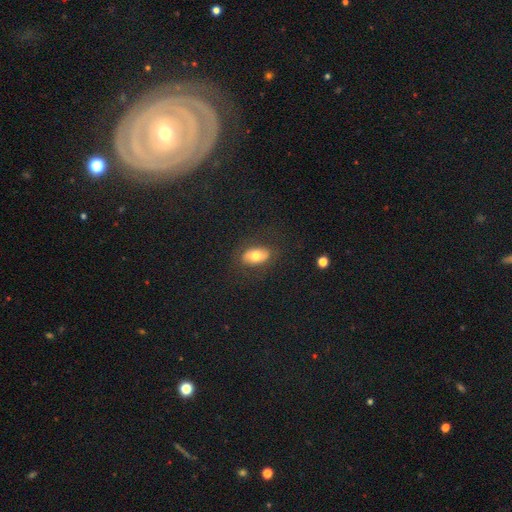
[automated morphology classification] A smooth galaxy with no disk features (64%) that is in between round and cigar-shaped (88%).

Vote fractions:
- Smooth or featured? smooth: 64% / featured or disk: 28% / star or artifact: 8%
- How rounded? in between: 88% / round: 9% / cigar-shaped: 3%
- Merging? none: 82% / minor disturbance: 11% / major disturbance: 5% / merger: 1%